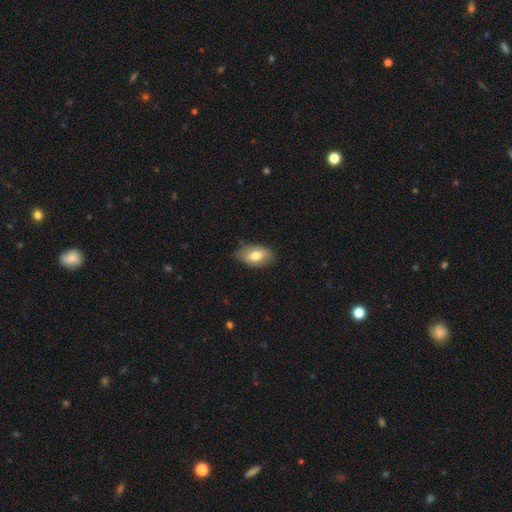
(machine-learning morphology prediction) A smooth galaxy with no disk features (71%) that is in between round and cigar-shaped (90%).

Vote fractions:
- Smooth or featured? smooth: 71% / featured or disk: 22% / star or artifact: 7%
- How rounded? in between: 90% / round: 9% / cigar-shaped: 1%
- Merging? none: 73% / minor disturbance: 22% / major disturbance: 3% / merger: 1%